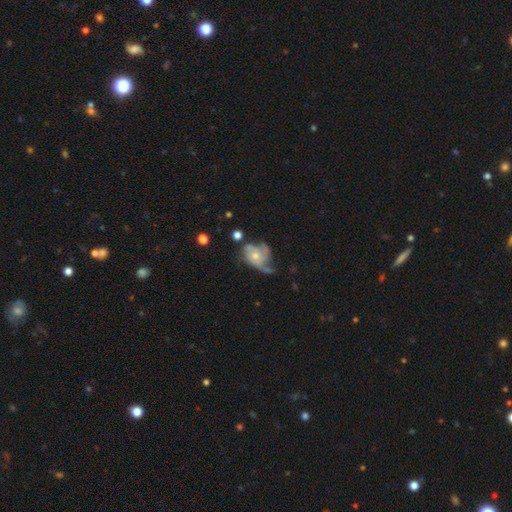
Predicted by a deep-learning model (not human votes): Smooth or featured: featured or disk — 69% (smooth — 24%)
Edge-on disk: no — 97% (yes — 3%)
Bar: no — 82% (weak — 16%)
Spiral arms: yes — 82% (no — 18%)
Spiral winding: medium — 41% (loose — 33%)
Spiral arm count: 3 — 40% (can't tell — 20%)
Bulge size: small — 50% (moderate — 44%)
Merging: major disturbance — 33% (tied with none — 33%)